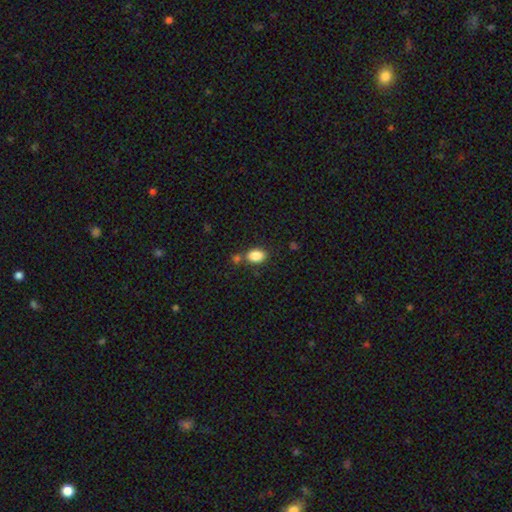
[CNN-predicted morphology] Q: Smooth or featured?
A: smooth (86%); runner-up: star or artifact (9%)
Q: How rounded?
A: in between (82%); runner-up: round (16%)
Q: Merging?
A: none (67%); runner-up: merger (17%)